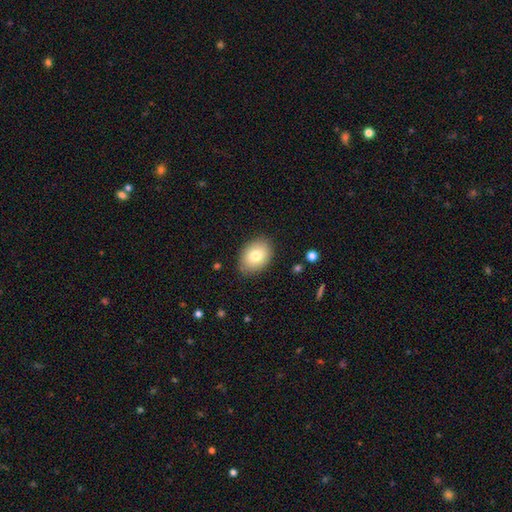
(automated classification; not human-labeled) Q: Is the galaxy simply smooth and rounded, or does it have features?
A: smooth — 79%.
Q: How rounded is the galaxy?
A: in between — 78%.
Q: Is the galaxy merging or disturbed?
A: none — 85%.